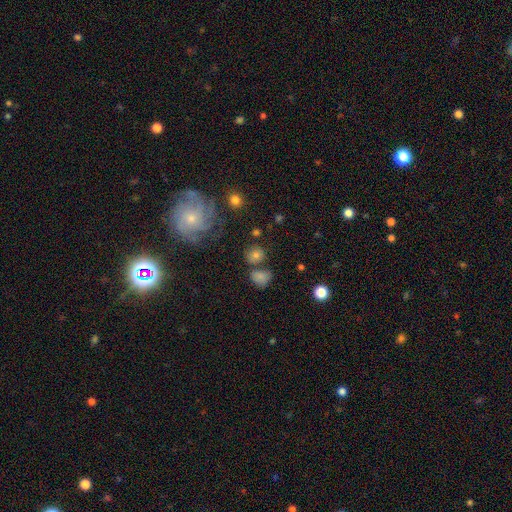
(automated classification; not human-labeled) Smooth or featured? Predicted: smooth (p=0.50). How rounded? Predicted: round (p=0.74). Merging? Predicted: none (p=0.71).